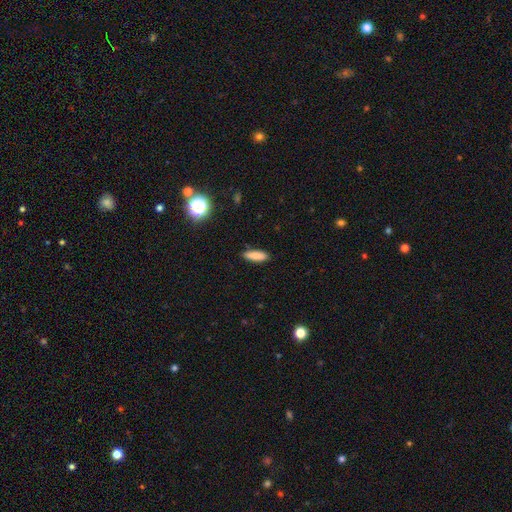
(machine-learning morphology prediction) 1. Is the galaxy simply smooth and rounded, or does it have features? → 84% smooth, 8% star or artifact, 8% featured or disk.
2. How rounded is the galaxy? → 50% in between, 47% cigar-shaped, 2% round.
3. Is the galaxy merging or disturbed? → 88% none, 9% minor disturbance, 2% major disturbance, 1% merger.